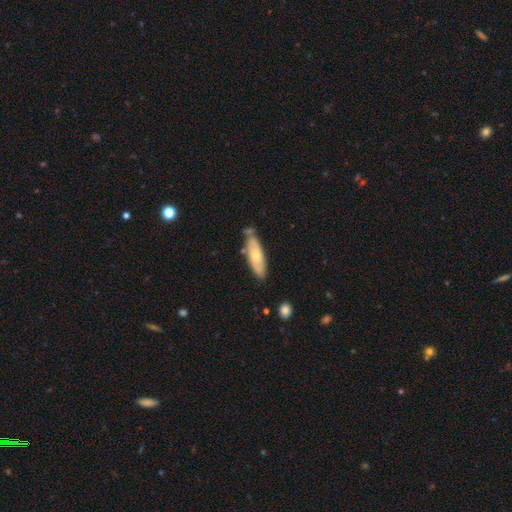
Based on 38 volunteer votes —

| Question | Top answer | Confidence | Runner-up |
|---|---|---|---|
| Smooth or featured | smooth | 50% | featured or disk (39%) |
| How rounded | cigar-shaped | 89% | in between (11%) |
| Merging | none | 74% | minor disturbance (21%) |